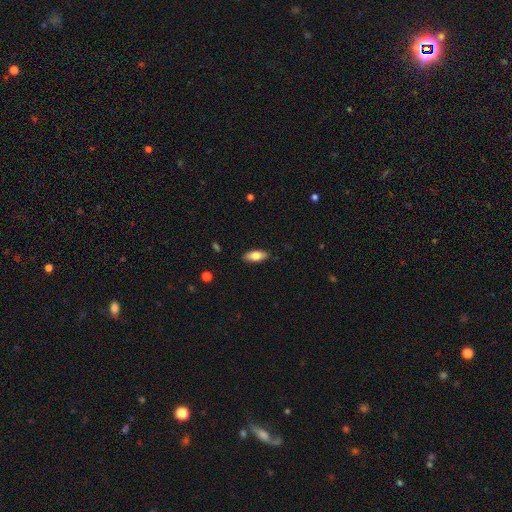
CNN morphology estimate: Smooth or featured? Predicted: smooth (p=0.76). How rounded? Predicted: in between (p=0.80). Merging? Predicted: none (p=0.87).